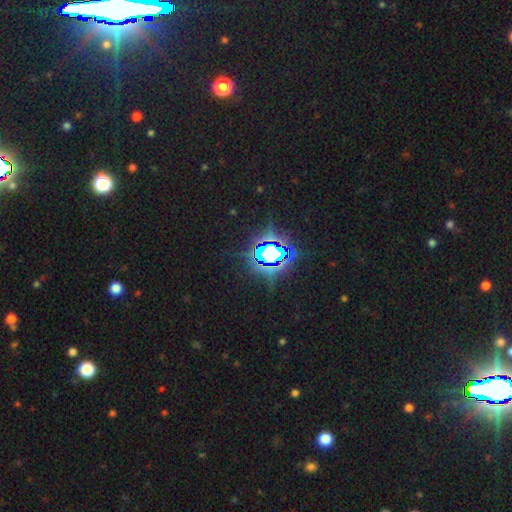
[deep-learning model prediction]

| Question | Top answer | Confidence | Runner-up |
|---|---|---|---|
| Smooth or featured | star or artifact | 82% | smooth (11%) |